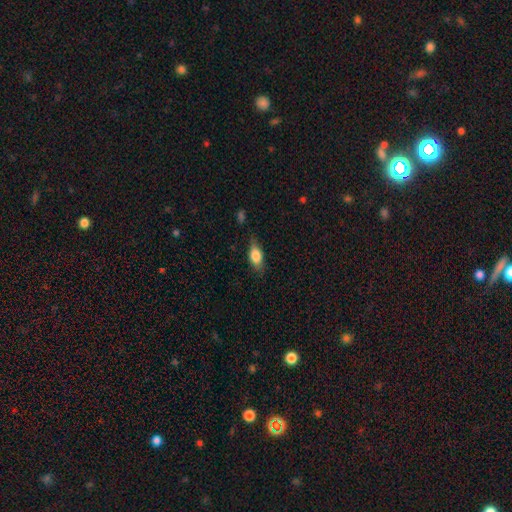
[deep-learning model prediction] A smooth galaxy with no disk features (77%) that is in between round and cigar-shaped (83%). Merging: none (68%).